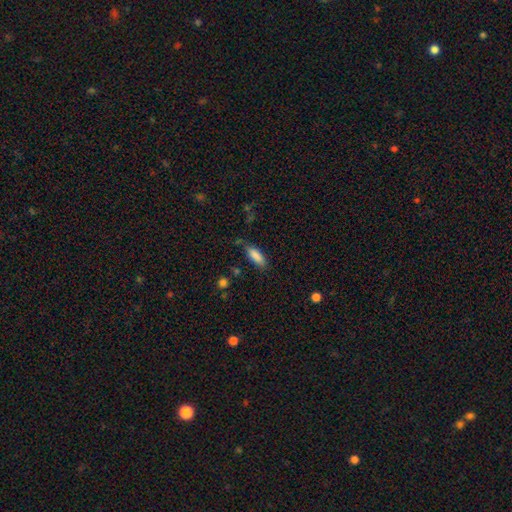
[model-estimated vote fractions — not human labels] Overall: smooth (86%). How rounded: in between (65%; cigar-shaped 33%). Merging: none (73%).